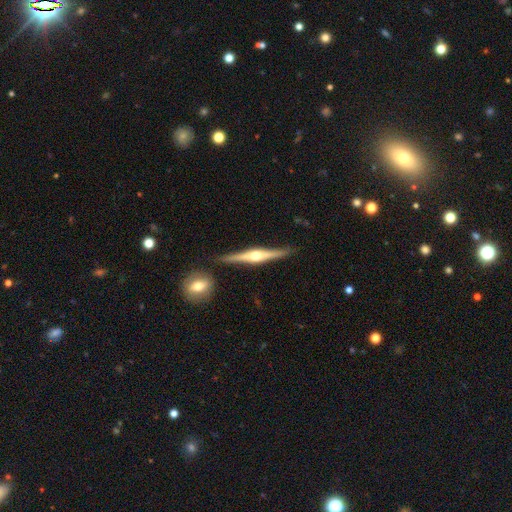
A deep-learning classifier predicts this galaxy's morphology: This appears to be a featured or disk galaxy (81%) viewed edge-on (98%) with a rounded central bulge (93%). Merging: none (86%).